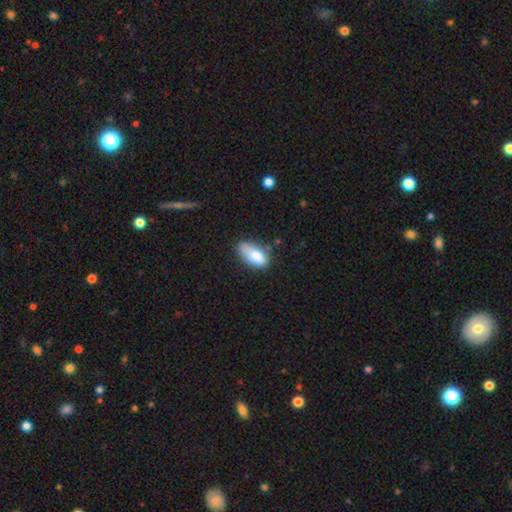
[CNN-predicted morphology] The model was most divided on "merging": none: 53%, minor disturbance: 33%, major disturbance: 9%, merger: 6%. More confident: how rounded — in between (89%); smooth or featured — smooth (81%).